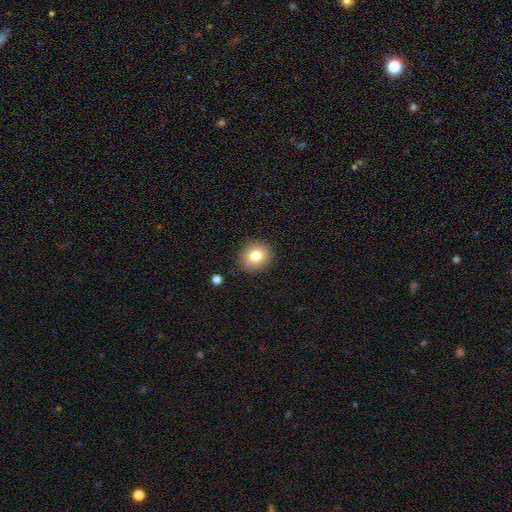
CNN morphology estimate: Smooth or featured? smooth (79%)
How rounded? round (76%)
Merging? none (88%)